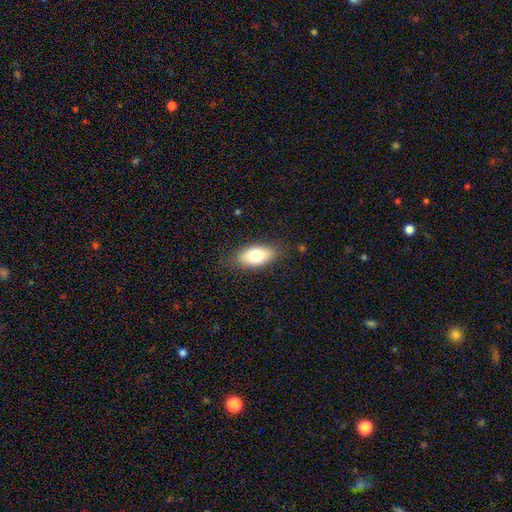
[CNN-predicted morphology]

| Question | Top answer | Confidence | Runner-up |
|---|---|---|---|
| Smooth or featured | smooth | 76% | featured or disk (16%) |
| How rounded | in between | 91% | cigar-shaped (5%) |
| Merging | none | 82% | minor disturbance (14%) |